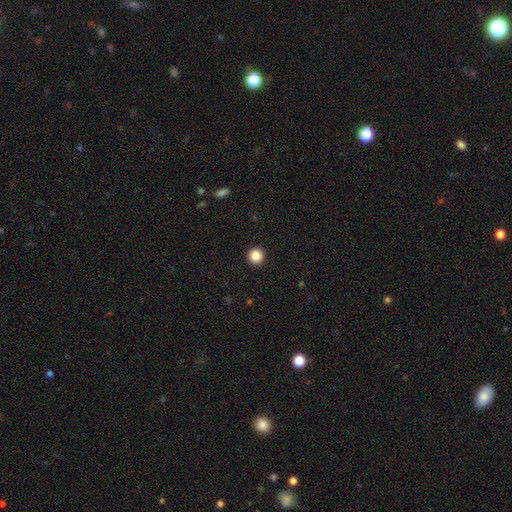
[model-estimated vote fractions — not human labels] smooth-or-featured: smooth: 87% | star or artifact: 10% | featured or disk: 3%
  how-rounded: round: 96% | in between: 3% | cigar-shaped: 1%
  merging: none: 94% | minor disturbance: 4% | major disturbance: 1% | merger: 1%